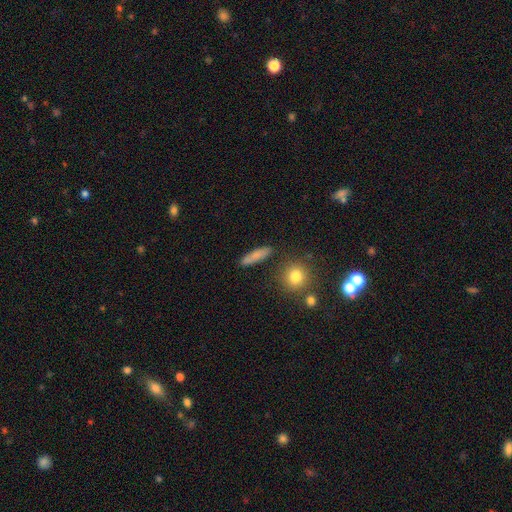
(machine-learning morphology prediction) smooth_or_featured: smooth (p=0.78) [alt: featured or disk p=0.13]
how_rounded: cigar-shaped (p=0.68) [alt: in between p=0.26]
merging: none (p=0.83) [alt: minor disturbance p=0.10]